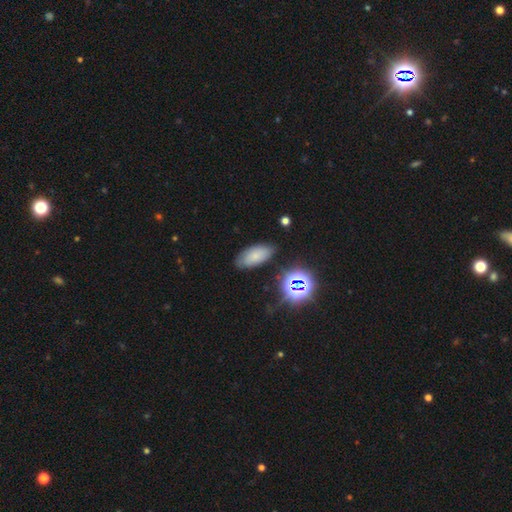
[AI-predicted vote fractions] Morphology: type=smooth (67%); roundness=in between (91%); merging=none (79%).